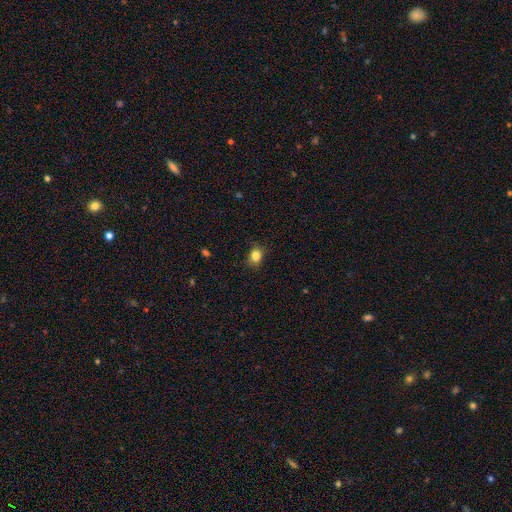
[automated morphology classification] smooth 84%, star or artifact 11%, featured or disk 5%. Down the decision tree: how rounded — round (56%); merging — none (81%).